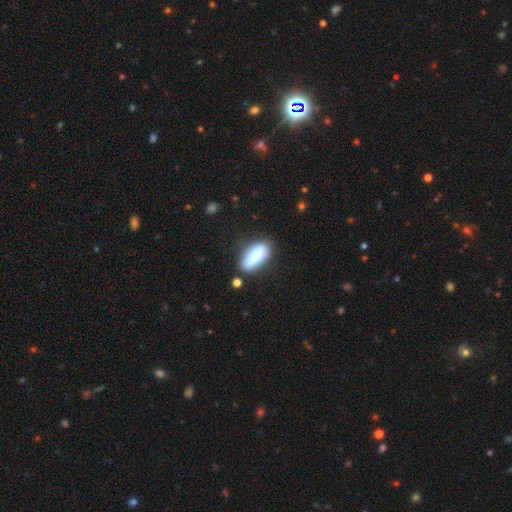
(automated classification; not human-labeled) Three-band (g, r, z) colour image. It shows a smooth galaxy with no disk features (76%) that is in between round and cigar-shaped (74%). Merging: none (67%).